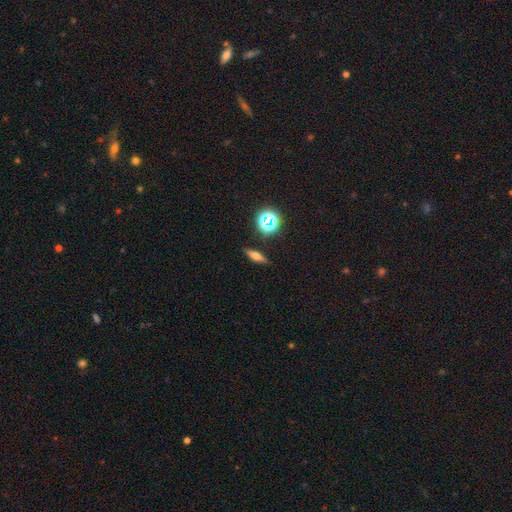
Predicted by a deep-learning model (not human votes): This is possibly a smooth galaxy (47%). Merging: clearly none (86%).